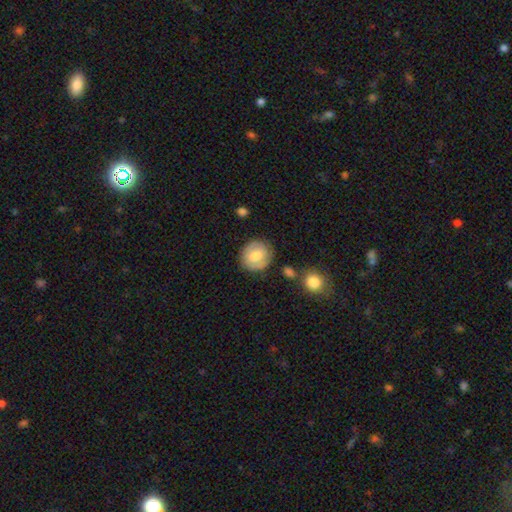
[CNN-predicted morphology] Smooth or featured? Predicted: smooth (p=0.70). How rounded? Predicted: round (p=0.86). Merging? Predicted: none (p=0.81).